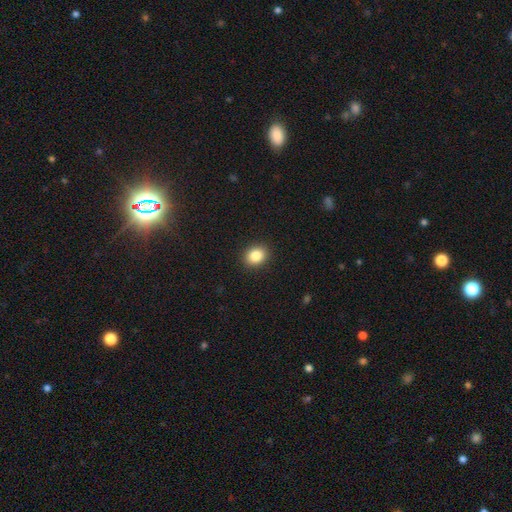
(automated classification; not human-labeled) Smooth or featured? smooth (85%)
How rounded? round (57%)
Merging? none (91%)